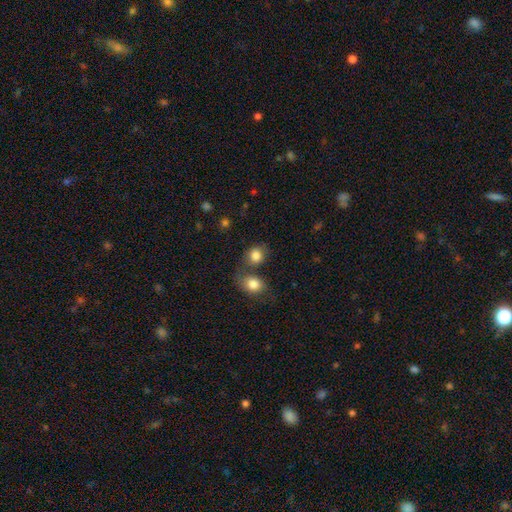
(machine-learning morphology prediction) This is clearly a smooth galaxy (83%). How rounded: likely round (65%). Merging: marginally none (44%).